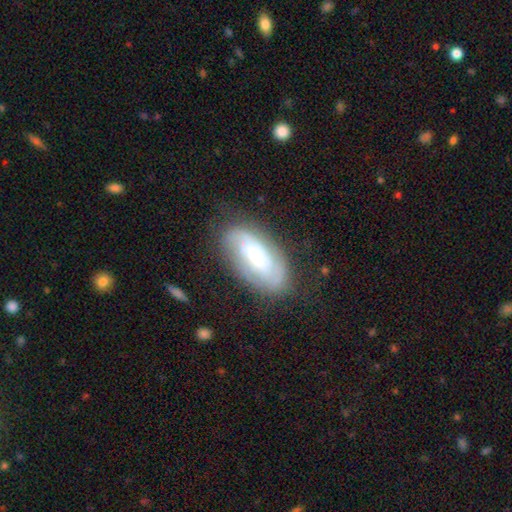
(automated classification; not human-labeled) A featured or disk galaxy (55%).

Vote fractions:
- Smooth or featured? featured or disk: 55% / smooth: 36% / star or artifact: 9%
- Edge-on disk? no: 89% / yes: 11%
- Merging? none: 78% / minor disturbance: 16% / major disturbance: 5% / merger: 1%